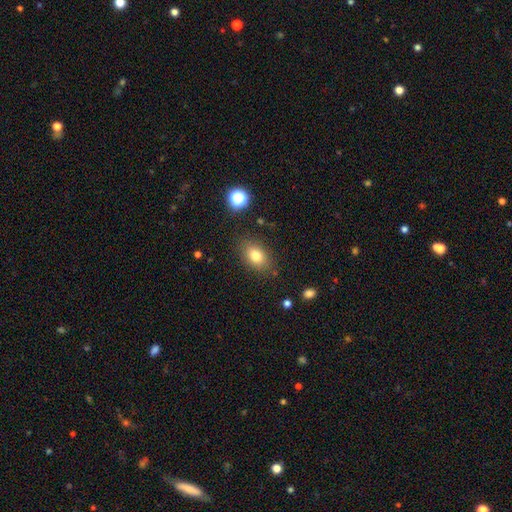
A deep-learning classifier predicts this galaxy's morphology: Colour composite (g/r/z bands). It shows a smooth galaxy with no disk features (79%) that is in between round and cigar-shaped (80%). Merging: none (82%).